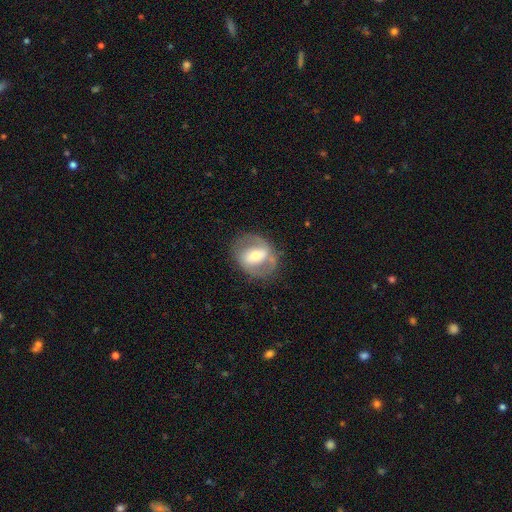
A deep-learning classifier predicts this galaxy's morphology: Q: Smooth or featured?
A: featured or disk (65%); runner-up: smooth (28%)
Q: Edge-on disk?
A: no (94%); runner-up: yes (6%)
Q: Bar?
A: strong (43%); runner-up: weak (35%)
Q: Spiral arms?
A: yes (58%); runner-up: no (42%)
Q: Bulge size?
A: moderate (60%); runner-up: small (27%)
Q: Merging?
A: none (73%); runner-up: minor disturbance (16%)